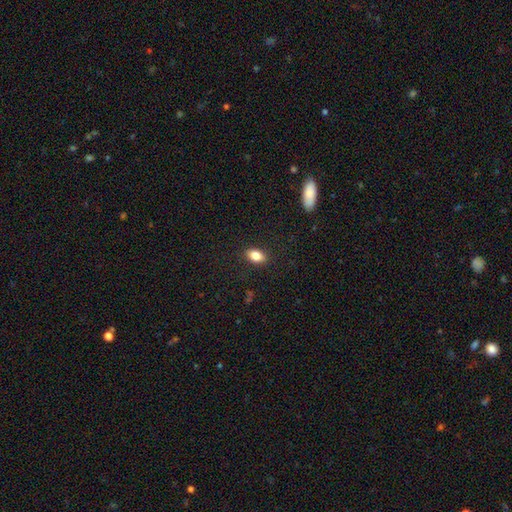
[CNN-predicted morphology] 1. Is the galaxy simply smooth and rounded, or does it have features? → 82% smooth, 9% featured or disk, 9% star or artifact.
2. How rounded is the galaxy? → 86% in between, 10% round, 3% cigar-shaped.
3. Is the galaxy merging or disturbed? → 87% none, 9% minor disturbance, 2% major disturbance, 1% merger.